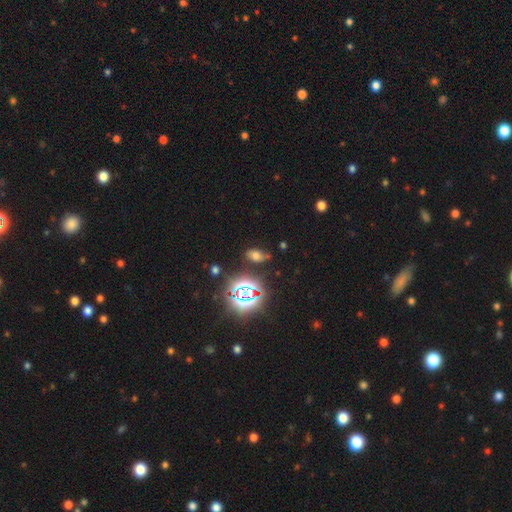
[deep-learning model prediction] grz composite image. It shows a smooth galaxy with no disk features (47%). Merging: none (64%).